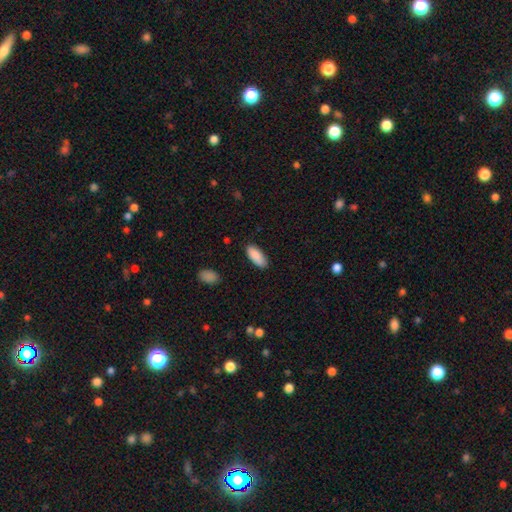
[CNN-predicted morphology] A smooth galaxy with no disk features (89%) that is in between round and cigar-shaped (82%). Merging: none (85%).